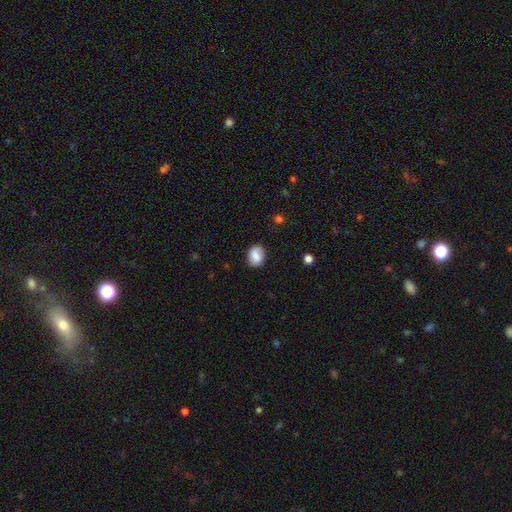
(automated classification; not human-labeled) Morphology: type=smooth (77%); roundness=in between (59%); merging=none (82%).